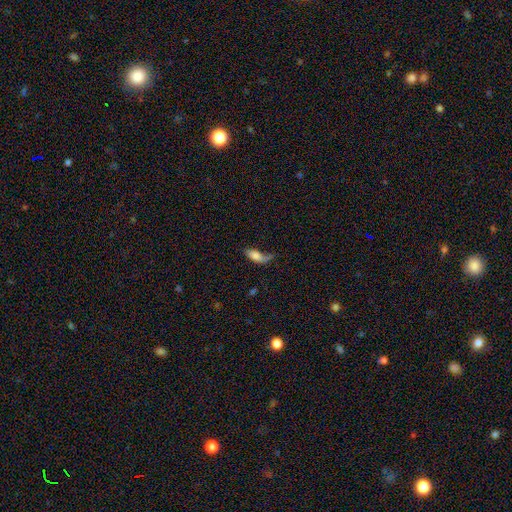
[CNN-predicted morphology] Smooth or featured? Predicted: smooth (p=0.67). How rounded? Predicted: in between (p=0.76). Merging? Predicted: major disturbance (p=0.33).